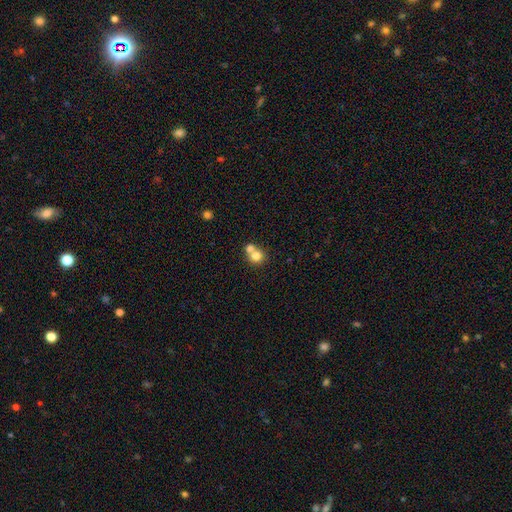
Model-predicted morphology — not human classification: Smooth or featured? smooth (76%)
How rounded? round (84%)
Merging? merger (58%)